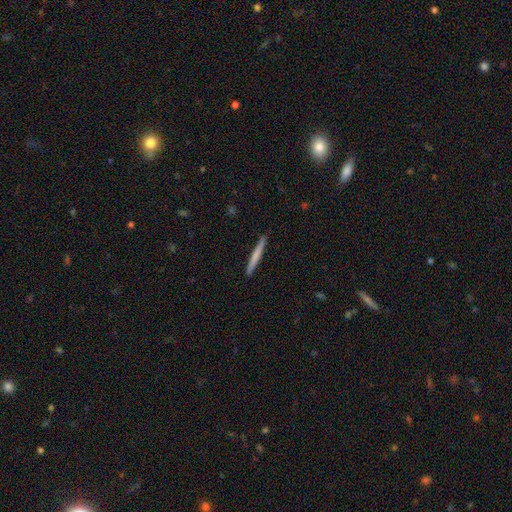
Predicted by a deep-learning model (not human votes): Overall: smooth (63%; featured or disk 32%). How rounded: cigar-shaped (97%). Merging: none (91%).